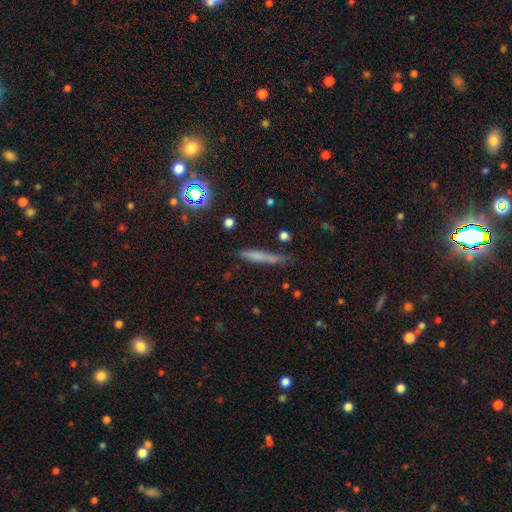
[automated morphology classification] type=smooth (63%); roundness=cigar-shaped (91%); merging=none (73%).